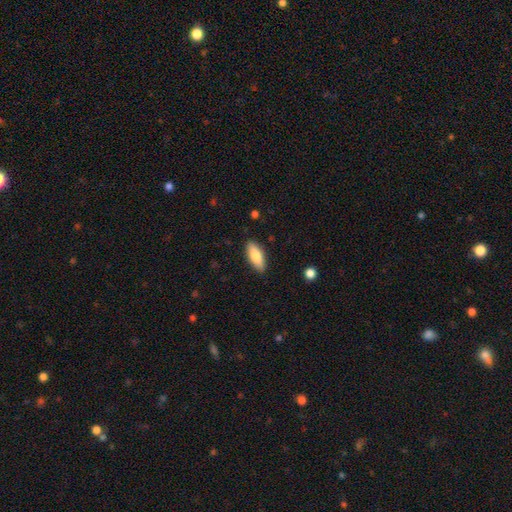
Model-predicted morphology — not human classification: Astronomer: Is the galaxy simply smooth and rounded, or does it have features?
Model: smooth — 79%.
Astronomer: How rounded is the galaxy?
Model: in between — 72%.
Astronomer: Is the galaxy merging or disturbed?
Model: none — 88%.